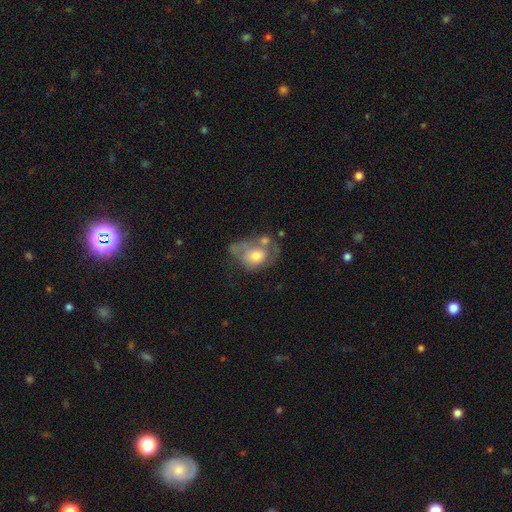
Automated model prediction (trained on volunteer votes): smooth_or_featured: smooth (p=0.49) [alt: featured or disk p=0.44]
merging: merger (p=0.30) [alt: major disturbance p=0.27]